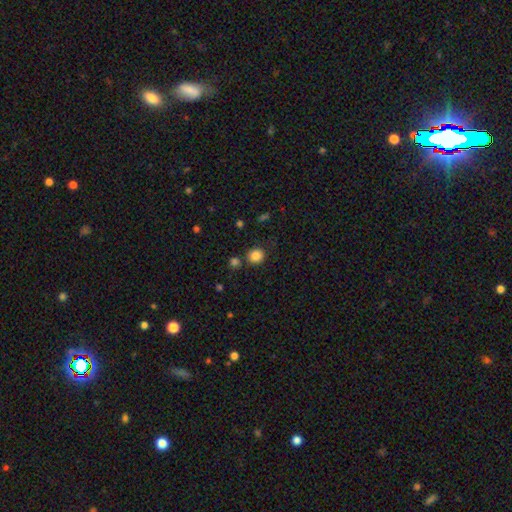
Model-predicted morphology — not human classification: Q: Smooth or featured?
A: smooth (85%); runner-up: star or artifact (11%)
Q: How rounded?
A: round (82%); runner-up: in between (18%)
Q: Merging?
A: none (78%); runner-up: minor disturbance (10%)